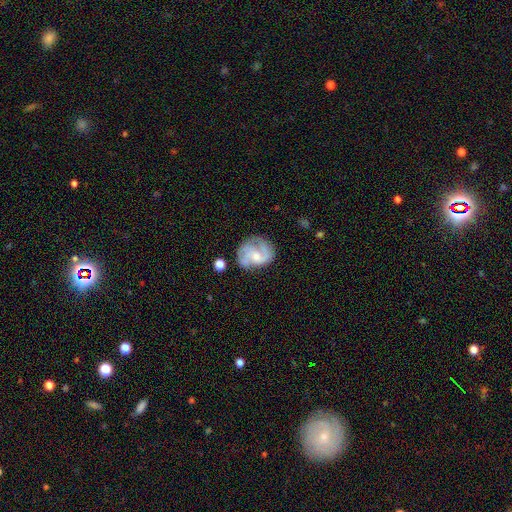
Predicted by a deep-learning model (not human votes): Morphology: type=featured or disk (72%); edge-on=no (98%); bar=no (61%); spiral arms=yes (88%); winding=medium (46%); arm count=2 (37%); bulge=moderate (45%); merging=none (58%).